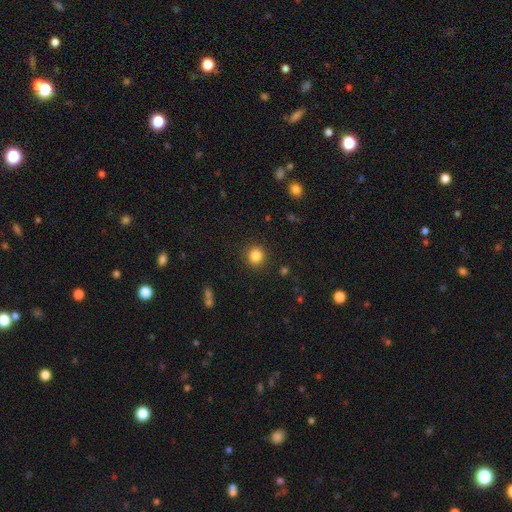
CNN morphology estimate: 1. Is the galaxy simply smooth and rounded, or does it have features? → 85% smooth, 11% star or artifact, 4% featured or disk.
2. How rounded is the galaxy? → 88% round, 11% in between, 1% cigar-shaped.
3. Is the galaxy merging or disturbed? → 90% none, 6% minor disturbance, 2% major disturbance, 1% merger.